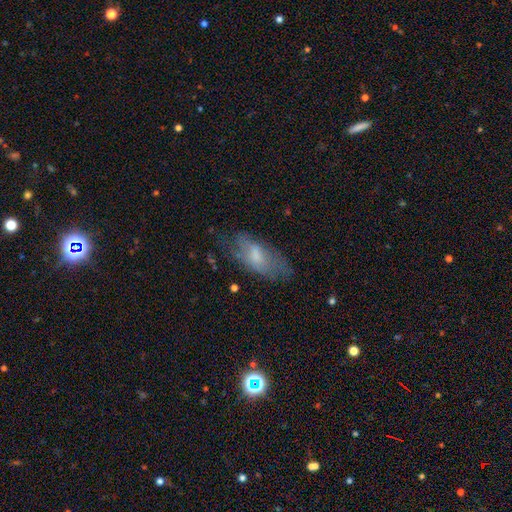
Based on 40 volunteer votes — featured or disk 55%, smooth 40%, star or artifact 5%. Down the decision tree: edge-on disk — no (91%); bar — weak (65%); spiral arms — yes (85%); spiral arm count — 2 (53%); spiral winding — medium (47%); bulge size — moderate (55%); merging — none (55%).